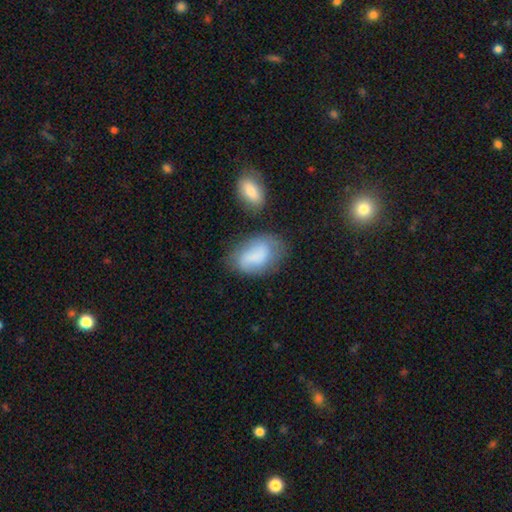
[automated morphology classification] Smooth or featured: smooth — 66% (featured or disk — 26%)
How rounded: in between — 89% (round — 9%)
Merging: none — 53% (minor disturbance — 26%)